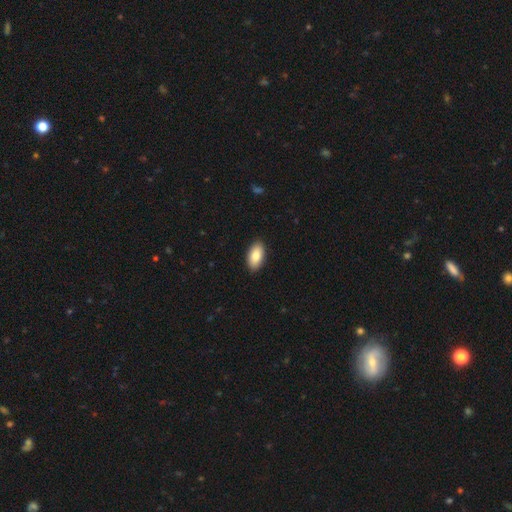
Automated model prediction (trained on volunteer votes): This appears to be a smooth galaxy with no disk features (86%) that is in between round and cigar-shaped (94%). Merging: none (90%).